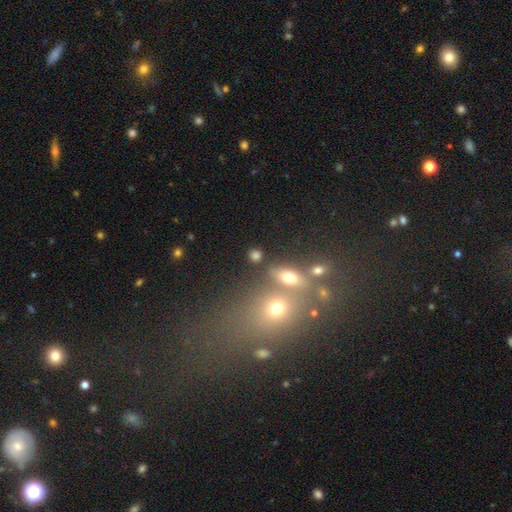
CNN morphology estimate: A smooth galaxy with no disk features (75%) that is round (68%). Merging: none (69%).